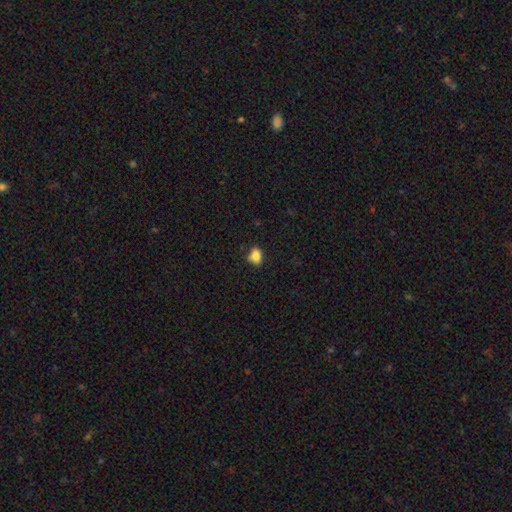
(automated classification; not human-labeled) A smooth galaxy with no disk features (82%) that is in between round and cigar-shaped (71%).

Vote fractions:
- Smooth or featured? smooth: 82% / star or artifact: 11% / featured or disk: 7%
- How rounded? in between: 71% / round: 27% / cigar-shaped: 2%
- Merging? none: 61% / minor disturbance: 22% / merger: 12% / major disturbance: 5%